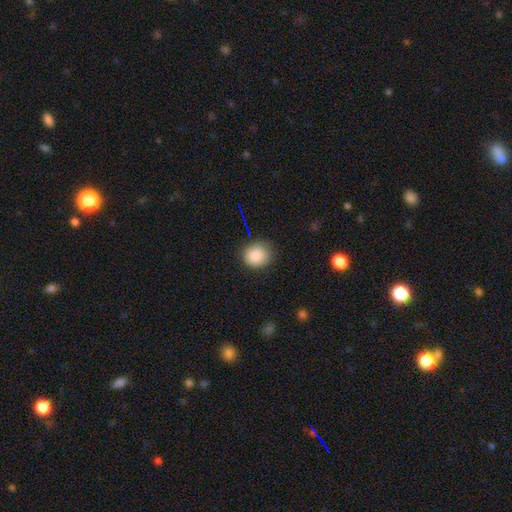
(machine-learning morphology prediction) Overall: smooth (86%). How rounded: round (78%). Merging: none (80%).